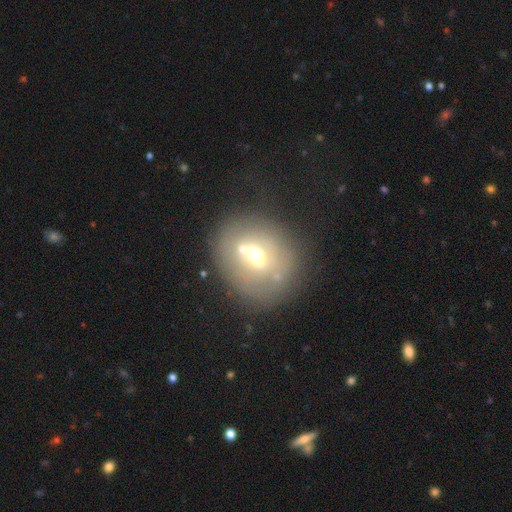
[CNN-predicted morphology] Smooth or featured? Predicted: smooth (p=0.45). Merging? Predicted: none (p=0.59).